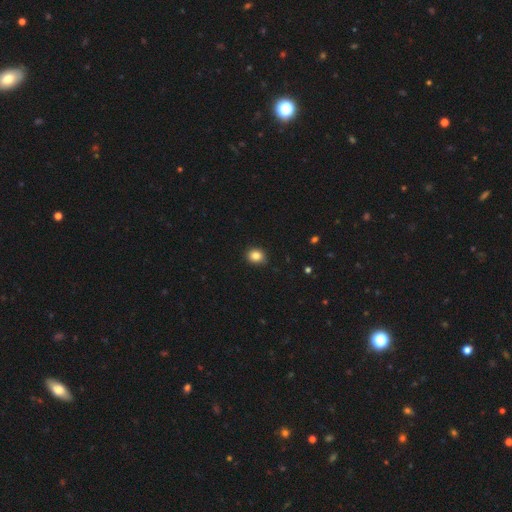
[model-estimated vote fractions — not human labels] Smooth or featured? smooth (85%)
How rounded? round (69%)
Merging? none (85%)